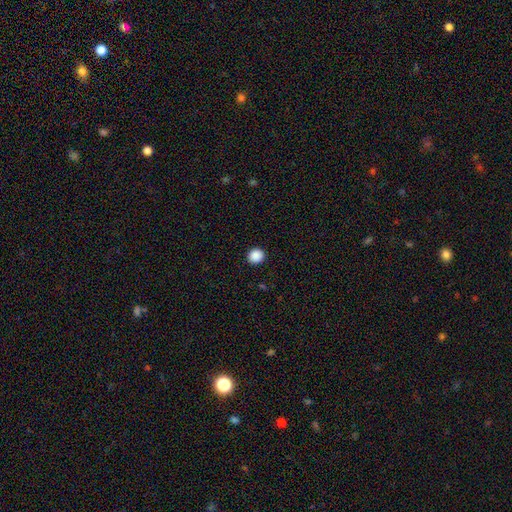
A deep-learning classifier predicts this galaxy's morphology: Smooth or featured?
  - smooth: 89% *
  - star or artifact: 9%
  - featured or disk: 2%
How rounded?
  - round: 87% *
  - in between: 12%
  - cigar-shaped: 1%
Merging?
  - none: 93% *
  - minor disturbance: 5%
  - major disturbance: 2%
  - merger: 1%